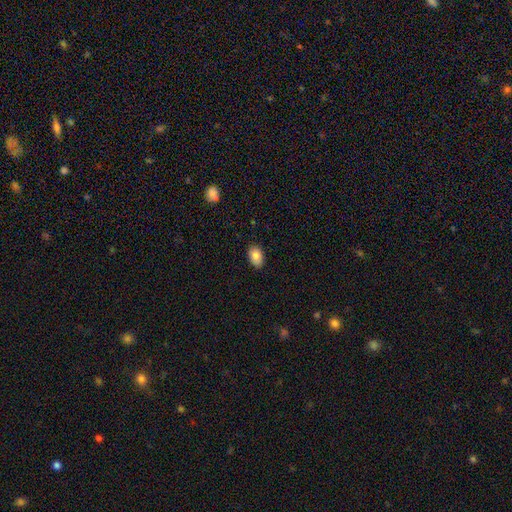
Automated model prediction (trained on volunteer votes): Smooth or featured? Predicted: smooth (p=0.85). How rounded? Predicted: in between (p=0.89). Merging? Predicted: none (p=0.87).